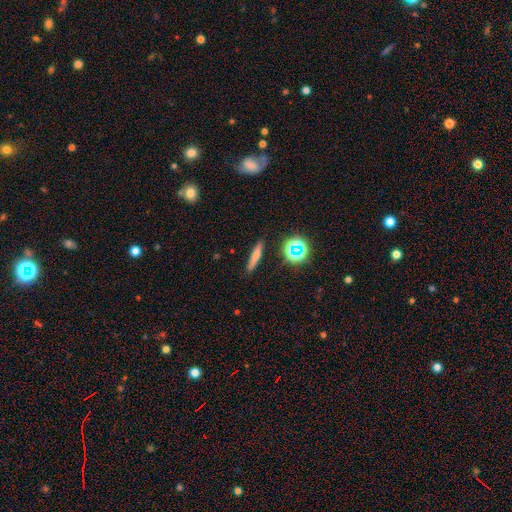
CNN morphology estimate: smooth 65%, featured or disk 21%, star or artifact 14%. Down the decision tree: how rounded — cigar-shaped (84%); merging — none (88%).